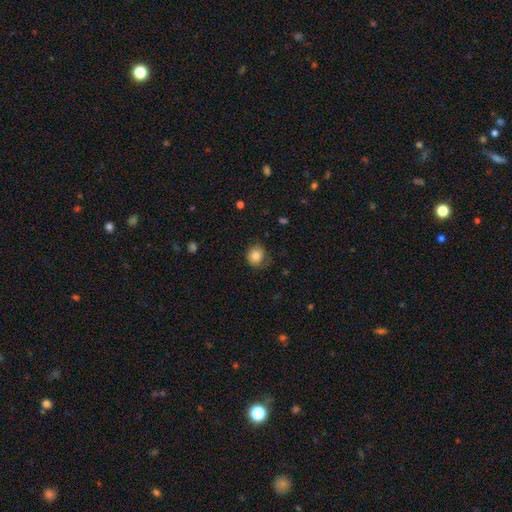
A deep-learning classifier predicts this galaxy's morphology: Smooth or featured? Predicted: smooth (p=0.81). How rounded? Predicted: round (p=0.85). Merging? Predicted: none (p=0.69).